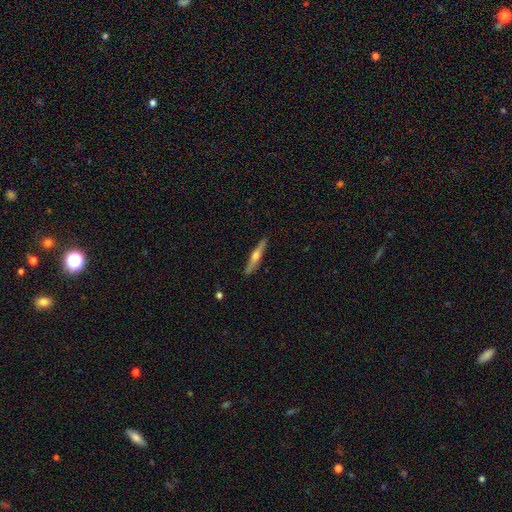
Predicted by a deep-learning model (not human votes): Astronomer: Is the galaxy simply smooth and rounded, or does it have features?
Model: featured or disk — 58% (runner-up: smooth, 37%).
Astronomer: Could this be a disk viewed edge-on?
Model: yes — 96%.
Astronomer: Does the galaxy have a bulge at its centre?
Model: rounded — 88%.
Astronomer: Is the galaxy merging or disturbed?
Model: none — 90%.